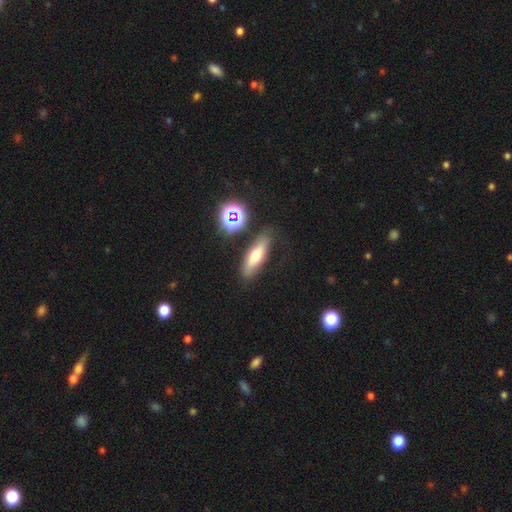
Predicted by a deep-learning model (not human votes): Q: Smooth or featured?
A: smooth (58%); runner-up: featured or disk (29%)
Q: How rounded?
A: cigar-shaped (49%); runner-up: in between (46%)
Q: Merging?
A: none (79%); runner-up: minor disturbance (13%)